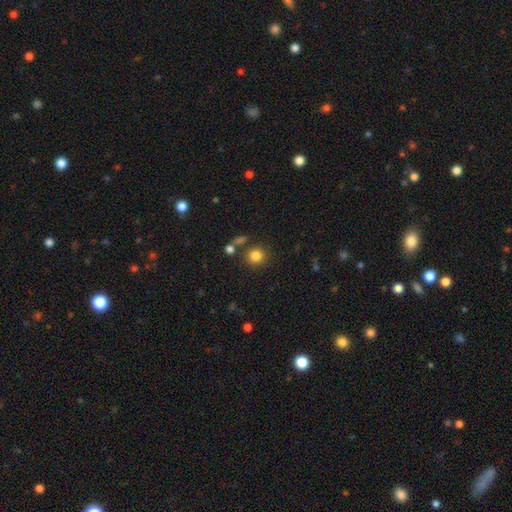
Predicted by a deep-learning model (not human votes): smooth_or_featured: smooth (p=0.82) [alt: star or artifact p=0.12]
how_rounded: round (p=0.87) [alt: in between p=0.12]
merging: none (p=0.79) [alt: minor disturbance p=0.09]